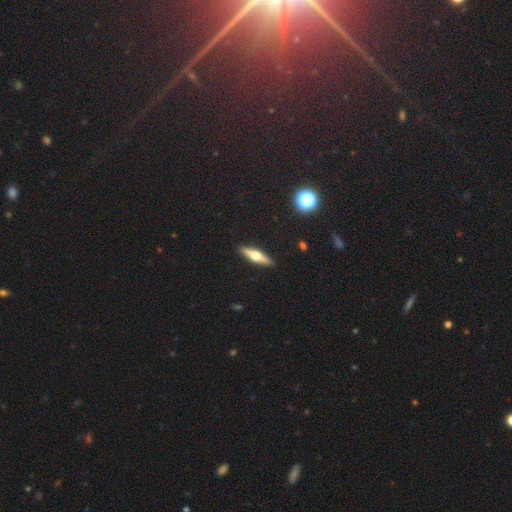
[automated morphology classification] smooth_or_featured: featured or disk (p=0.54) [alt: smooth p=0.40]
disk_edge_on: yes (p=0.94) [alt: no p=0.06]
edge_on_bulge: rounded (p=0.93) [alt: none p=0.03]
merging: none (p=0.91) [alt: minor disturbance p=0.07]